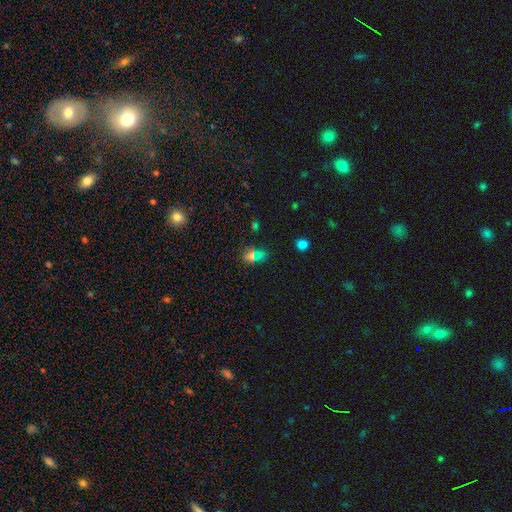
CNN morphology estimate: Overall: smooth (60%; star or artifact 28%). How rounded: in between (62%; round 31%). Merging: none (73%).